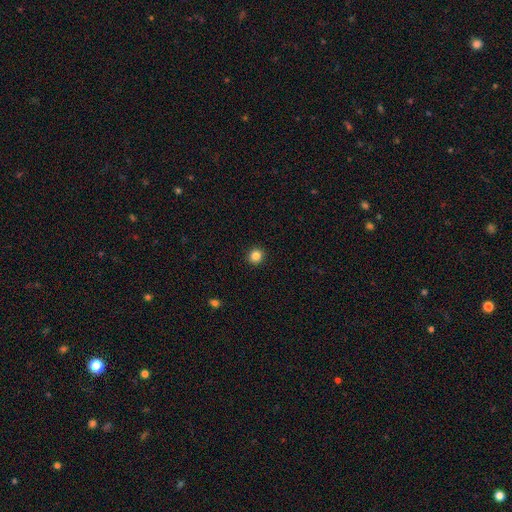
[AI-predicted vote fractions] A smooth galaxy with no disk features (86%) that is round (92%). Merging: none (93%).